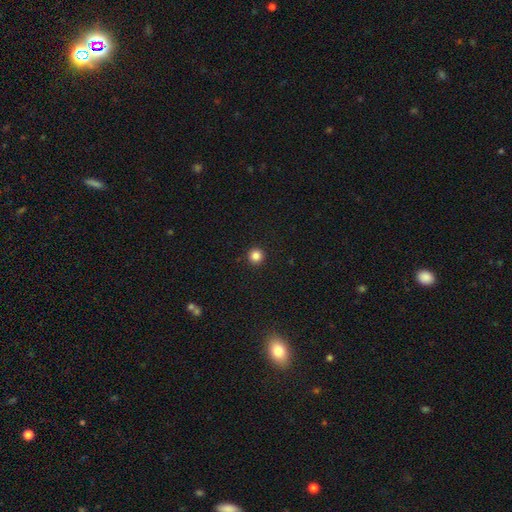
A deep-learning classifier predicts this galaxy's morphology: smooth_or_featured: smooth (p=0.85) [alt: star or artifact p=0.12]
how_rounded: round (p=0.96) [alt: in between p=0.03]
merging: none (p=0.94) [alt: minor disturbance p=0.04]